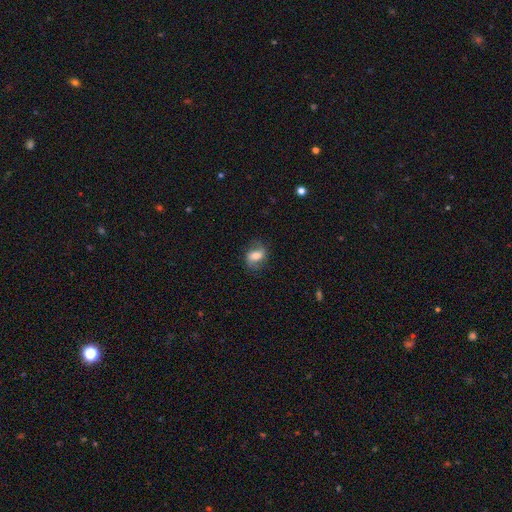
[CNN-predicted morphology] type=smooth (53%); roundness=in between (74%); merging=none (73%).